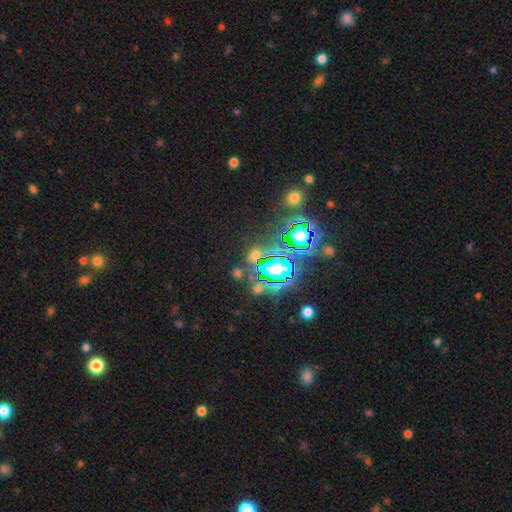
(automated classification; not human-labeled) Morphology: type=star or artifact (60%).